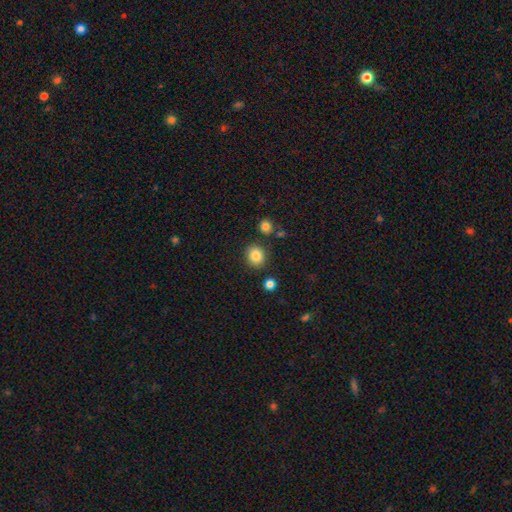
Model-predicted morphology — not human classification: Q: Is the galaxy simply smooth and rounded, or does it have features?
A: smooth — 84%.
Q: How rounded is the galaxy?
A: round — 80%.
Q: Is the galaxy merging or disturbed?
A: none — 85%.